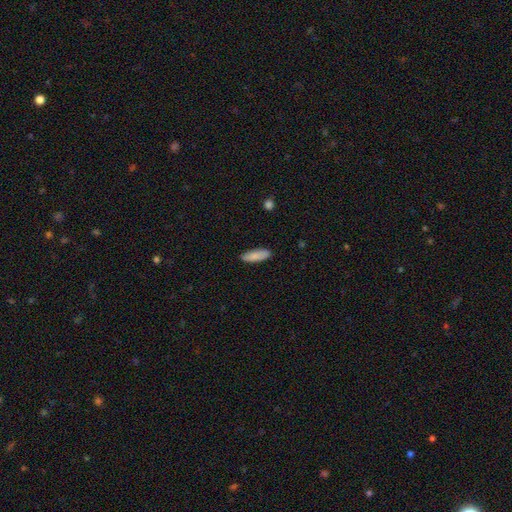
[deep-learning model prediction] A smooth galaxy with no disk features (87%) that is in between round and cigar-shaped (57%).

Vote fractions:
- Smooth or featured? smooth: 87% / featured or disk: 7% / star or artifact: 6%
- How rounded? in between: 57% / cigar-shaped: 42% / round: 2%
- Merging? none: 87% / minor disturbance: 10% / major disturbance: 2% / merger: 1%